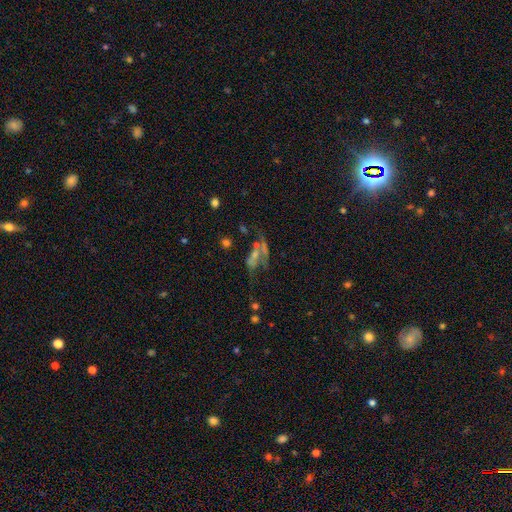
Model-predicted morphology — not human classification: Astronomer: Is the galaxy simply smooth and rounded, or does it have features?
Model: featured or disk — 47% (runner-up: smooth, 30%).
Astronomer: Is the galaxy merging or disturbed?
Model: major disturbance — 33% (runner-up: merger, 26%).